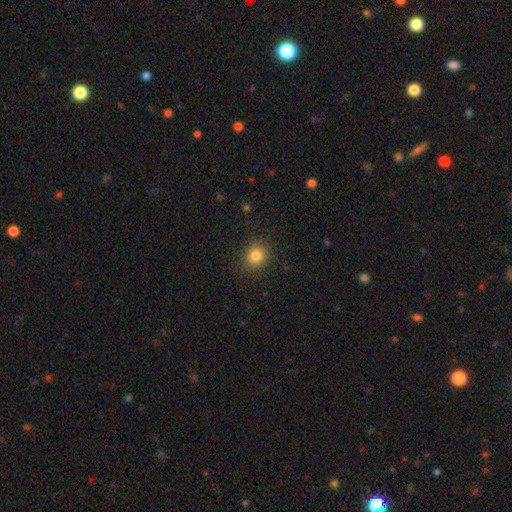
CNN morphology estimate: Smooth or featured? Predicted: smooth (p=0.83). How rounded? Predicted: round (p=0.80). Merging? Predicted: none (p=0.88).